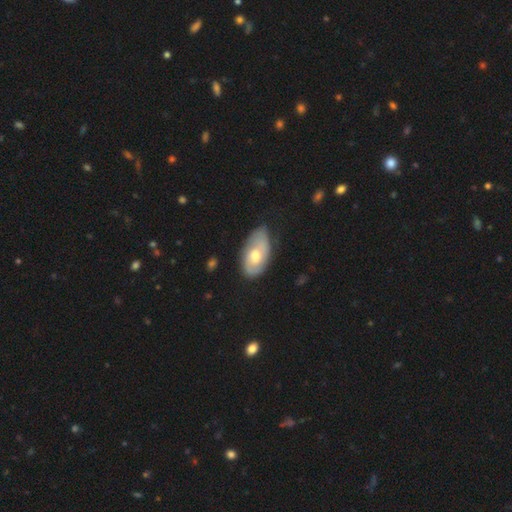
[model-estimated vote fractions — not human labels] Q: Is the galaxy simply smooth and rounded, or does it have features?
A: featured or disk — 53%.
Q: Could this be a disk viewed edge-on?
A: no — 92%.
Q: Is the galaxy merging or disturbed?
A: none — 60%.